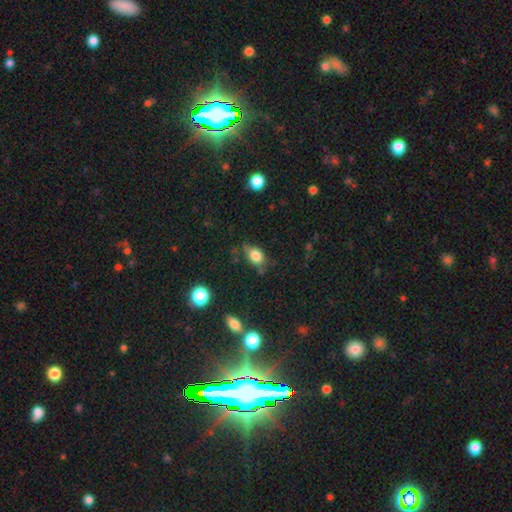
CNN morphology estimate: Smooth or featured: smooth — 77% (featured or disk — 12%)
How rounded: in between — 73% (round — 25%)
Merging: none — 62% (minor disturbance — 27%)